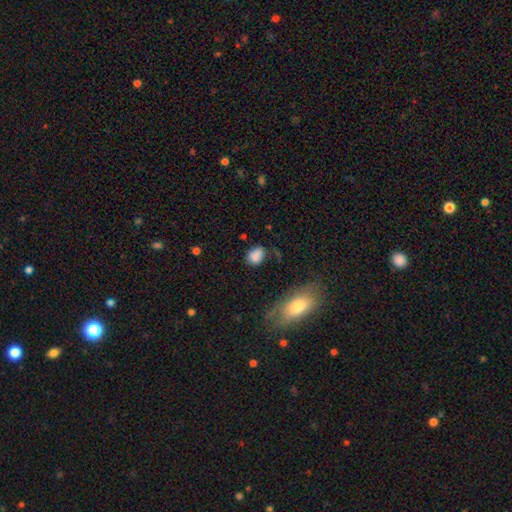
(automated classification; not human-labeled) Smooth or featured: smooth — 84% (star or artifact — 10%)
How rounded: in between — 66% (round — 32%)
Merging: none — 66% (minor disturbance — 24%)